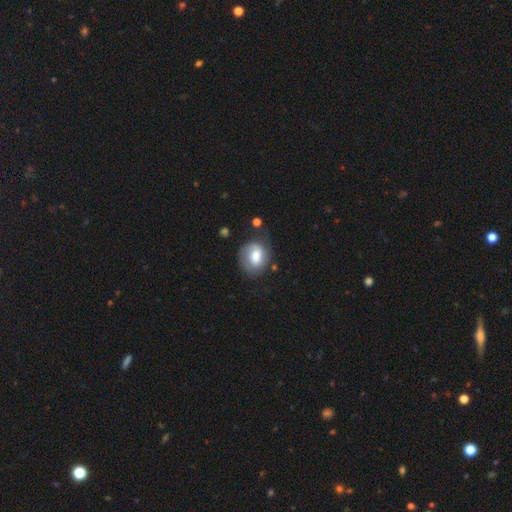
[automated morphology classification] Overall: smooth (53%; featured or disk 40%). How rounded: round (57%; in between 42%). Merging: none (61%; minor disturbance 24%).